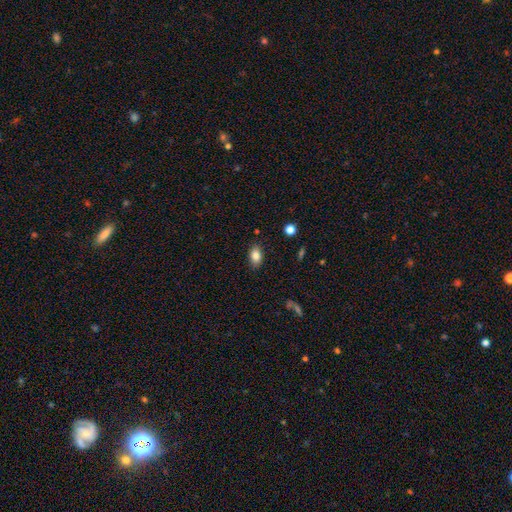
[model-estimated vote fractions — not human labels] smooth 83%, star or artifact 9%, featured or disk 8%. Down the decision tree: how rounded — in between (87%); merging — none (85%).